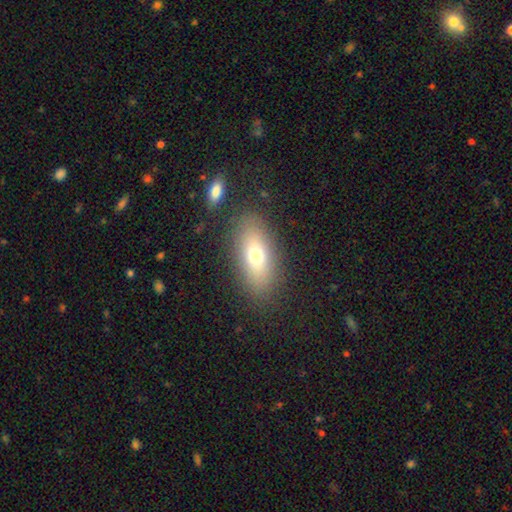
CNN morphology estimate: Smooth or featured?
  - smooth: 71% *
  - featured or disk: 20%
  - star or artifact: 9%
How rounded?
  - in between: 80% *
  - cigar-shaped: 16%
  - round: 5%
Merging?
  - none: 84% *
  - minor disturbance: 9%
  - major disturbance: 4%
  - merger: 3%